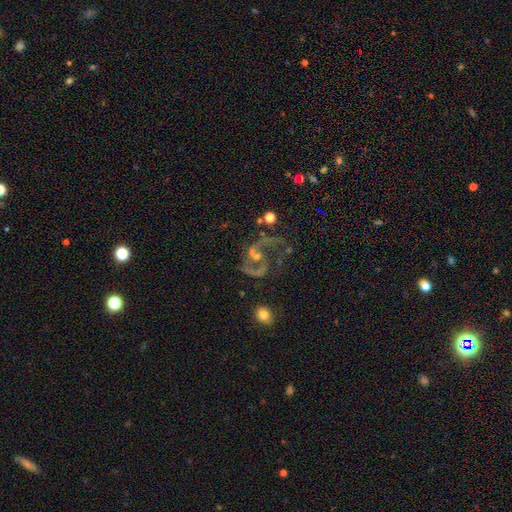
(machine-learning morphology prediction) Smooth or featured?
  - featured or disk: 84% *
  - star or artifact: 10%
  - smooth: 6%
Edge-on disk?
  - no: 98% *
  - yes: 2%
Bar?
  - no: 50% *
  - weak: 37%
  - strong: 13%
Spiral arms?
  - yes: 91% *
  - no: 9%
Spiral winding?
  - medium: 47% *
  - loose: 42%
  - tight: 11%
Spiral arm count?
  - 2: 80% *
  - 1: 8%
  - can't tell: 6%
  - 3: 3%
  - 4: 2%
  - more than 4: 2%
Bulge size?
  - small: 58% *
  - moderate: 27%
  - none: 11%
  - large: 2%
  - dominant: 1%
Merging?
  - none: 43% *
  - major disturbance: 30%
  - minor disturbance: 17%
  - merger: 10%